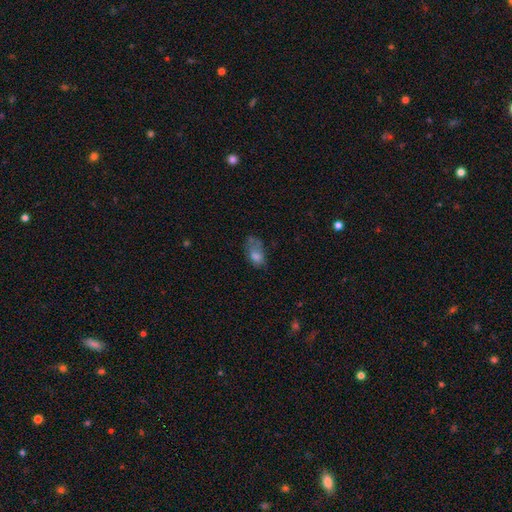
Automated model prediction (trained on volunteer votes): Smooth or featured?
  - smooth: 62% *
  - featured or disk: 25%
  - star or artifact: 13%
How rounded?
  - in between: 87% *
  - round: 9%
  - cigar-shaped: 4%
Merging?
  - none: 38% *
  - minor disturbance: 29%
  - major disturbance: 28%
  - merger: 5%